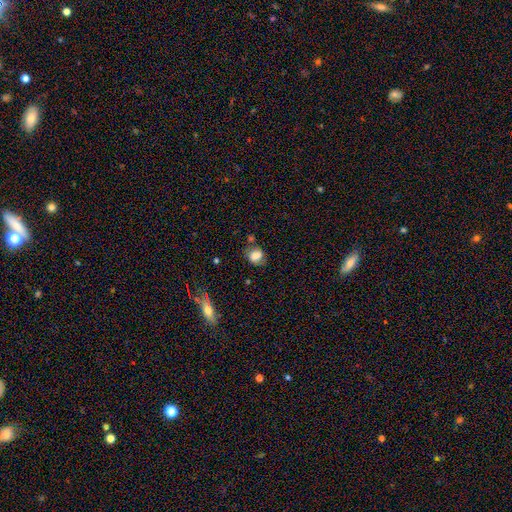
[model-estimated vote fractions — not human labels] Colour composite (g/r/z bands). It shows a smooth galaxy with no disk features (72%) that is in between round and cigar-shaped (51%). Merging: none (61%).